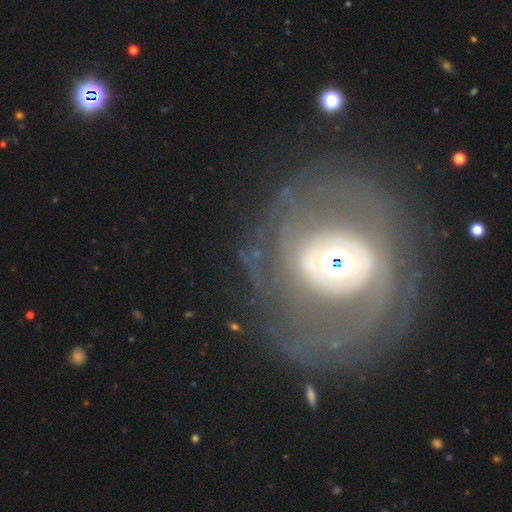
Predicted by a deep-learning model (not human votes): A featured or disk galaxy (79%) with no bar (52%), tight (65%) spiral arms (74%) and a moderate central bulge (45%).

Vote fractions:
- Smooth or featured? featured or disk: 79% / smooth: 13% / star or artifact: 9%
- Edge-on disk? no: 96% / yes: 4%
- Bar? no: 52% / weak: 29% / strong: 19%
- Spiral arms? yes: 74% / no: 26%
- Spiral winding? tight: 65% / medium: 24% / loose: 11%
- Spiral arm count? can't tell: 39% / 2: 30% / 3: 9% / 1: 8% / more than 4: 7% / 4: 7%
- Bulge size? moderate: 45% / large: 28% / small: 20% / dominant: 5% / none: 2%
- Merging? none: 74% / minor disturbance: 12% / major disturbance: 12% / merger: 2%